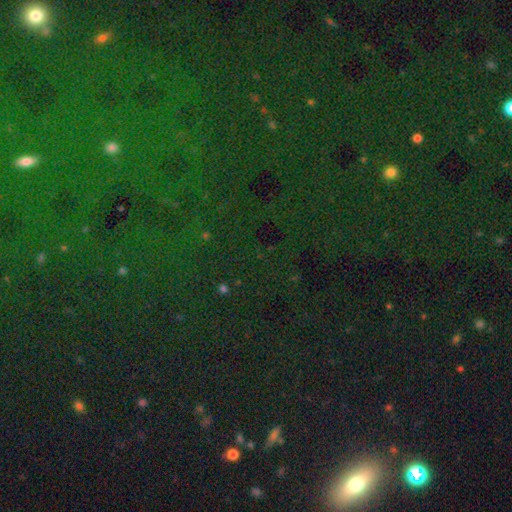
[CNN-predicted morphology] type=star or artifact (81%).